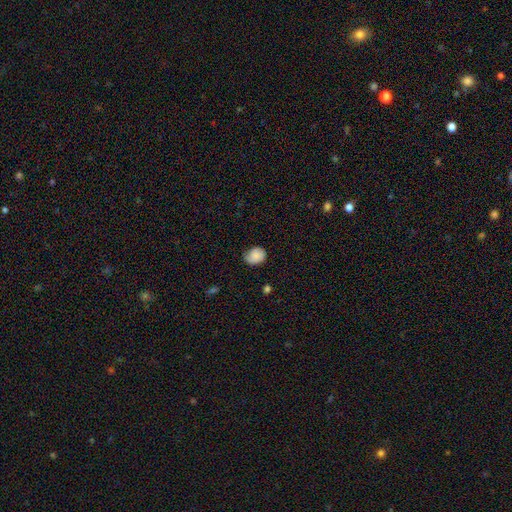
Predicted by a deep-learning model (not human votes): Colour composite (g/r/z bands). It shows a smooth galaxy with no disk features (80%) that is round (56%). Merging: none (58%).